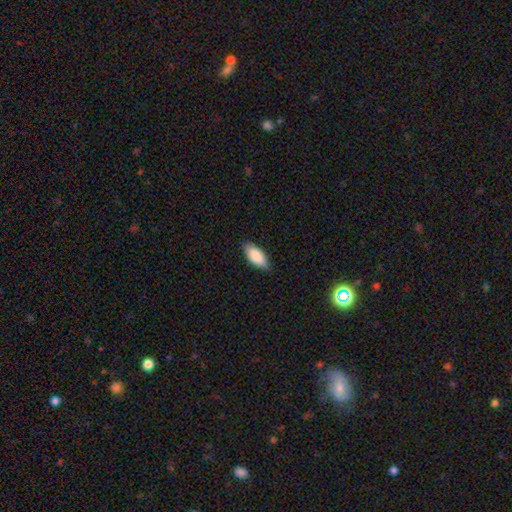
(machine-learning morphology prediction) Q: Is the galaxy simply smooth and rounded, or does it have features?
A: smooth — 86%.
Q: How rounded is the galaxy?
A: in between — 87%.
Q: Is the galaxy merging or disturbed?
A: none — 85%.